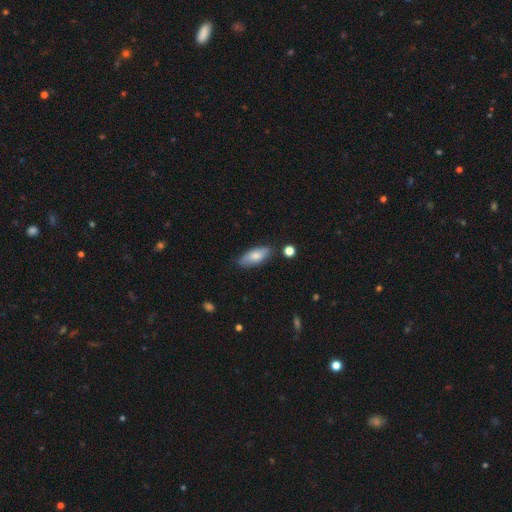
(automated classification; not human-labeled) A smooth galaxy with no disk features (75%) that is in between round and cigar-shaped (80%).

Vote fractions:
- Smooth or featured? smooth: 75% / featured or disk: 18% / star or artifact: 7%
- How rounded? in between: 80% / cigar-shaped: 18% / round: 3%
- Merging? none: 80% / minor disturbance: 14% / merger: 3% / major disturbance: 3%